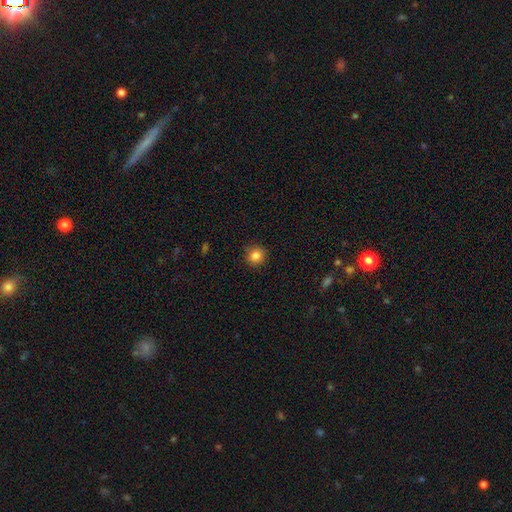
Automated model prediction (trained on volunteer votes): smooth_or_featured: smooth (p=0.85) [alt: star or artifact p=0.11]
how_rounded: round (p=0.91) [alt: in between p=0.08]
merging: none (p=0.89) [alt: minor disturbance p=0.08]